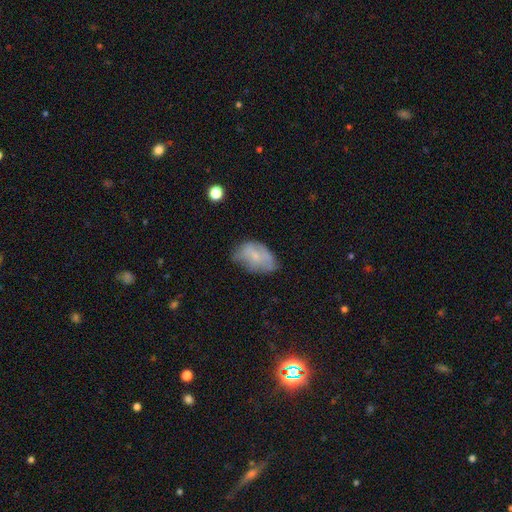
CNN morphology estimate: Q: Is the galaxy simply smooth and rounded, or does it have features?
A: smooth — 56%.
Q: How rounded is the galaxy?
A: in between — 88%.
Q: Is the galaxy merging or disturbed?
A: none — 44%.